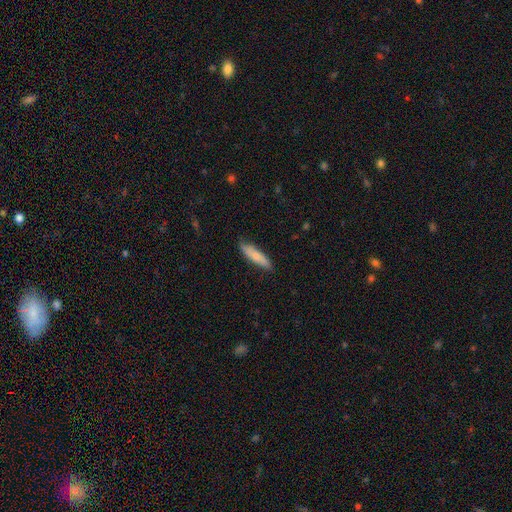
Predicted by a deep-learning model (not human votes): This is likely a smooth galaxy (71%). How rounded: likely cigar-shaped (73%). Merging: likely none (77%).